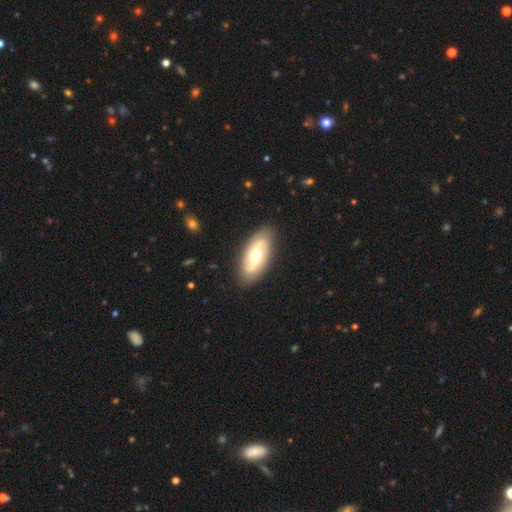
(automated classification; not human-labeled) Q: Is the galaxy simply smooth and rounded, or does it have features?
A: featured or disk — 79%.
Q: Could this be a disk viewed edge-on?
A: no — 93%.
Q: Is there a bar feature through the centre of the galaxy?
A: no — 41%.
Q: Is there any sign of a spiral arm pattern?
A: yes — 90%.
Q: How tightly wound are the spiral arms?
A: medium — 43%.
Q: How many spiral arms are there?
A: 2 — 90%.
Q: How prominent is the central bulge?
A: moderate — 73%.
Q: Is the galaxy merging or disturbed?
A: none — 86%.